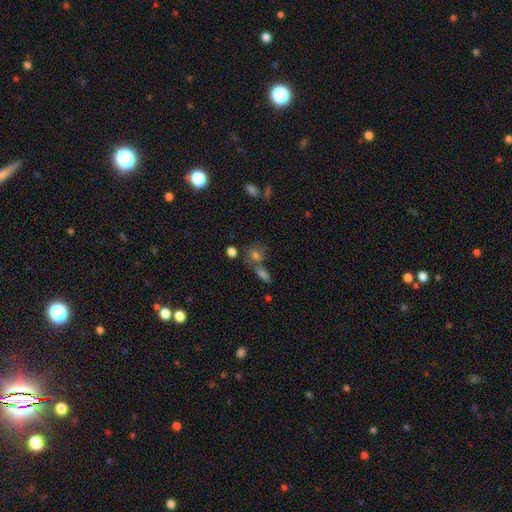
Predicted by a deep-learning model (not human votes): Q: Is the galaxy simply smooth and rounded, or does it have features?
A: smooth — 66%.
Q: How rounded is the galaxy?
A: round — 52%.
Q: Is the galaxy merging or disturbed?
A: none — 50%.